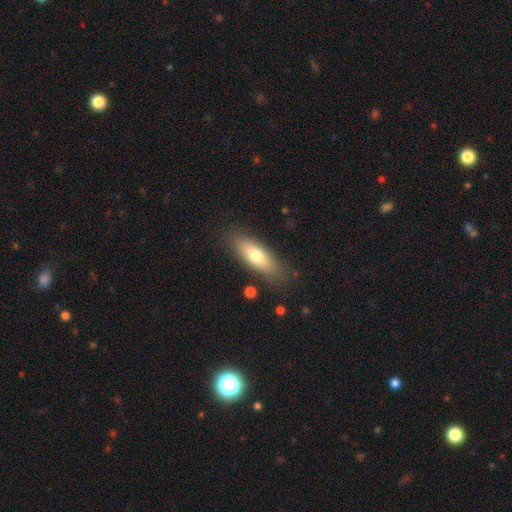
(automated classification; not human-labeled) Smooth or featured? Predicted: smooth (p=0.71). How rounded? Predicted: in between (p=0.61). Merging? Predicted: none (p=0.81).